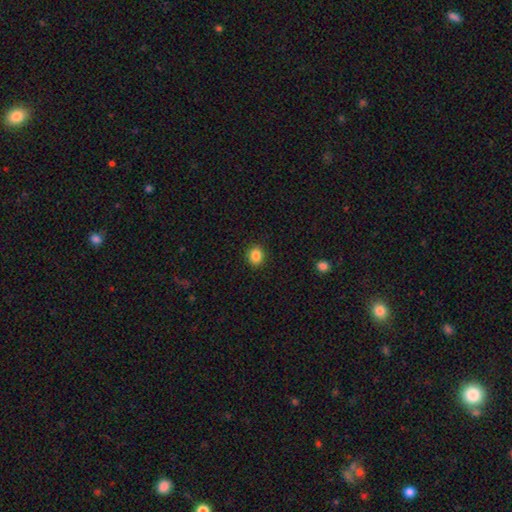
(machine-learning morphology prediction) smooth 86%, star or artifact 10%, featured or disk 4%. Down the decision tree: how rounded — round (72%); merging — none (91%).